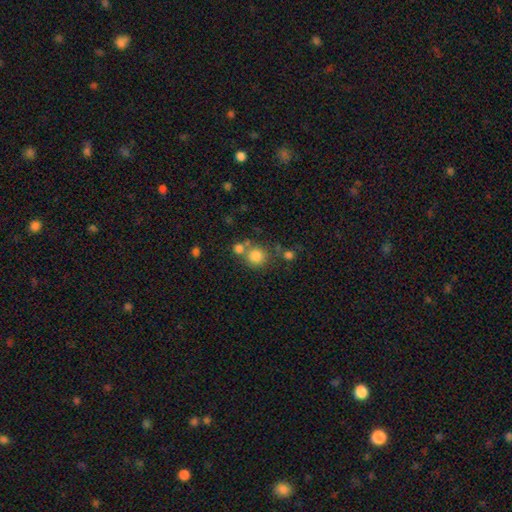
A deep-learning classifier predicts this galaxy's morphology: Overall: smooth (80%). How rounded: round (88%). Merging: none (61%; merger 25%).